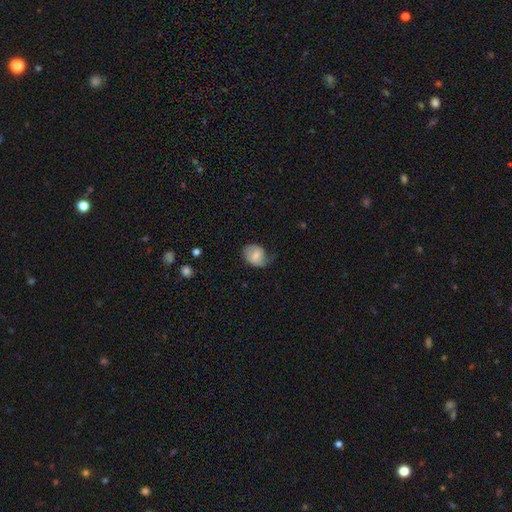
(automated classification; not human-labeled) smooth-or-featured: smooth: 54% | featured or disk: 39% | star or artifact: 7%
  how-rounded: in between: 52% | round: 47% | cigar-shaped: 1%
  merging: none: 52% | minor disturbance: 33% | major disturbance: 14% | merger: 2%